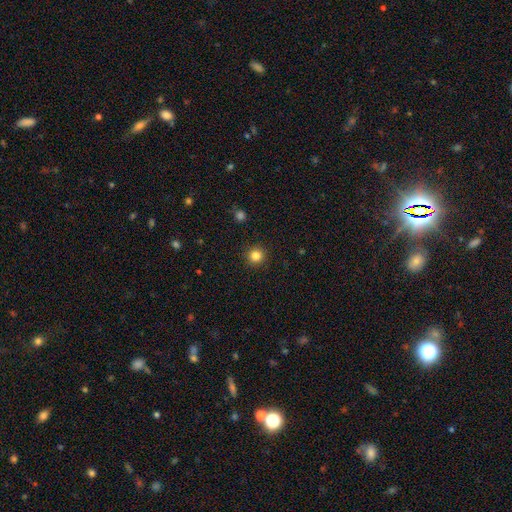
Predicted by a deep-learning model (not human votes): A smooth galaxy with no disk features (83%) that is round (95%).

Vote fractions:
- Smooth or featured? smooth: 83% / star or artifact: 13% / featured or disk: 5%
- How rounded? round: 95% / in between: 4% / cigar-shaped: 1%
- Merging? none: 92% / minor disturbance: 5% / major disturbance: 2% / merger: 1%